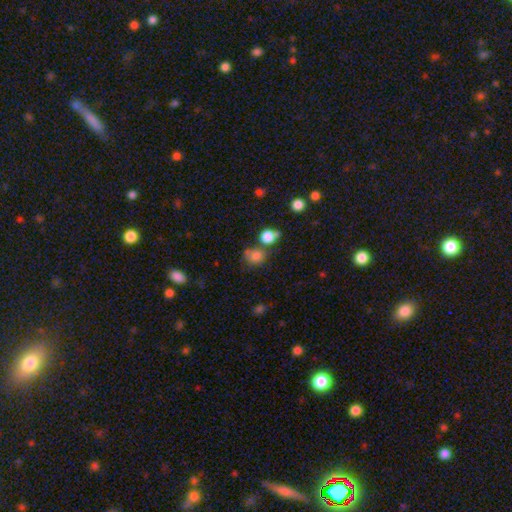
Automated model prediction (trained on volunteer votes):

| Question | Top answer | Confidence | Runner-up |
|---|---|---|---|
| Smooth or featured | smooth | 78% | star or artifact (15%) |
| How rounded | round | 80% | in between (19%) |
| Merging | none | 58% | merger (24%) |